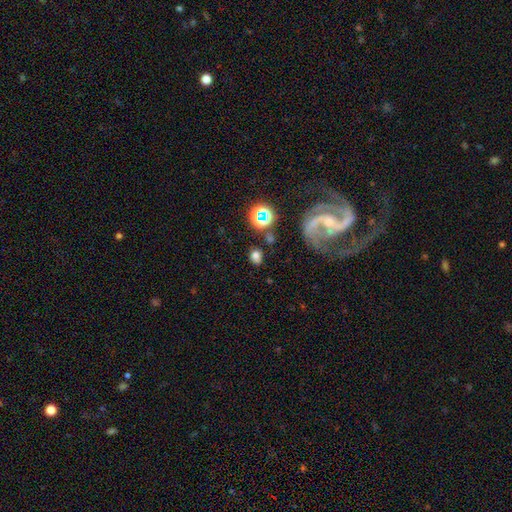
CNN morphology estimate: The model was most divided on "how rounded": round: 51%, in between: 47%, cigar-shaped: 2%. More confident: merging — none (77%); smooth or featured — smooth (68%).